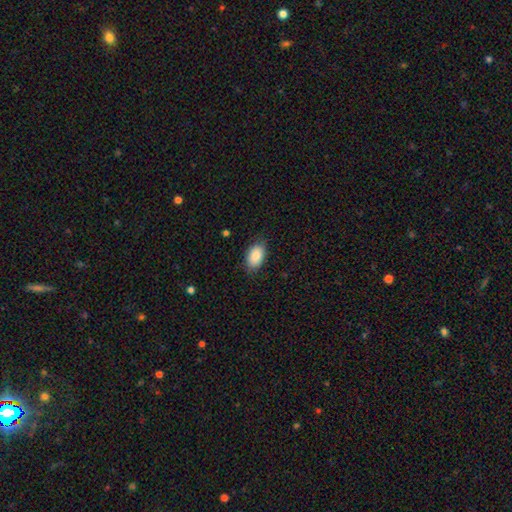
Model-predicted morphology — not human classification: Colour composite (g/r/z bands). It shows a smooth galaxy with no disk features (87%) that is in between round and cigar-shaped (91%). Merging: none (80%).